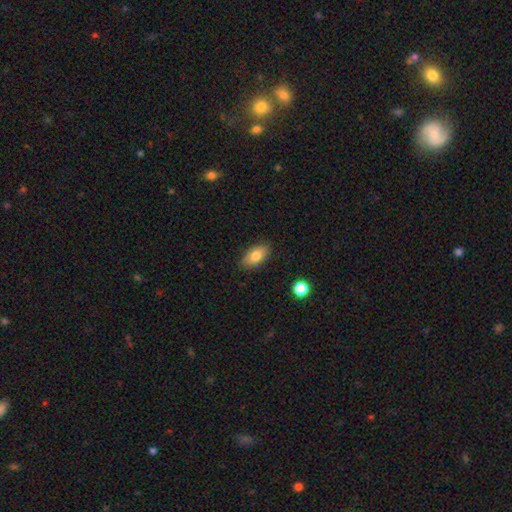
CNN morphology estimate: A smooth galaxy with no disk features (80%) that is in between round and cigar-shaped (91%). Merging: none (86%).